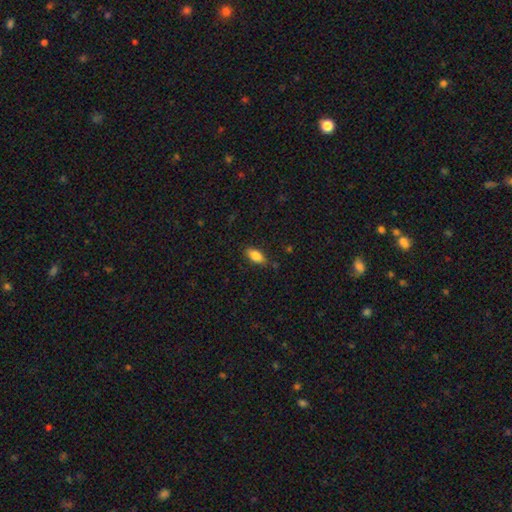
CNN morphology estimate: type=smooth (85%); roundness=in between (89%); merging=none (84%).